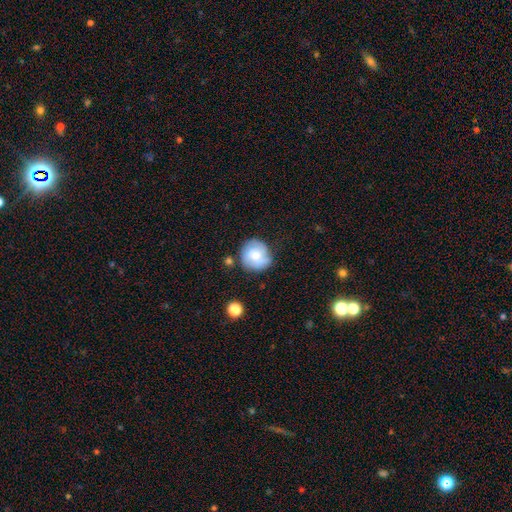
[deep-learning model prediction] smooth_or_featured: smooth (p=0.54) [alt: featured or disk p=0.38]
how_rounded: round (p=0.90) [alt: in between p=0.09]
merging: none (p=0.70) [alt: minor disturbance p=0.20]